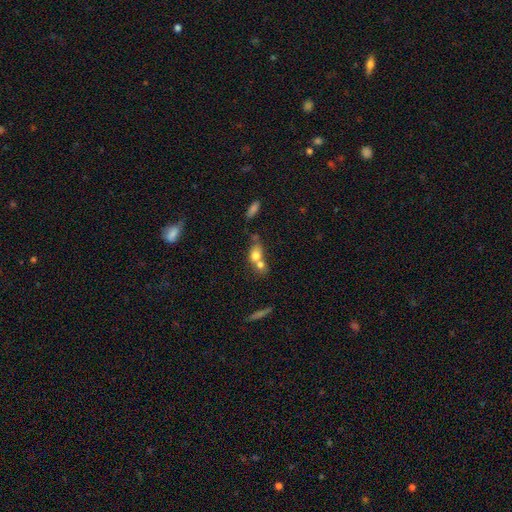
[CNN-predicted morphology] smooth-or-featured: smooth: 71% | featured or disk: 19% | star or artifact: 10%
  how-rounded: in between: 53% | round: 41% | cigar-shaped: 6%
  merging: merger: 62% | none: 26% | minor disturbance: 8% | major disturbance: 4%